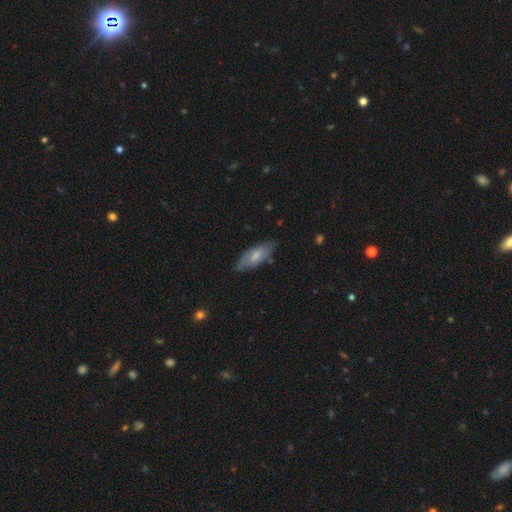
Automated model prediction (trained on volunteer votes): Overall: smooth (59%; featured or disk 35%). How rounded: in between (74%). Merging: none (73%).